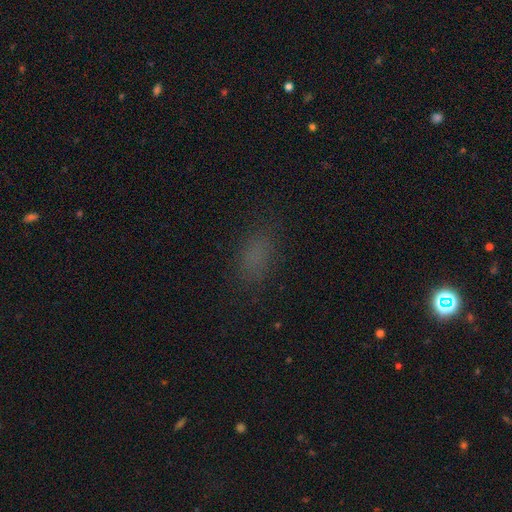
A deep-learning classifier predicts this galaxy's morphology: The model was most divided on "smooth or featured": smooth: 73%, star or artifact: 20%, featured or disk: 7%. More confident: how rounded — in between (84%); merging — none (79%).